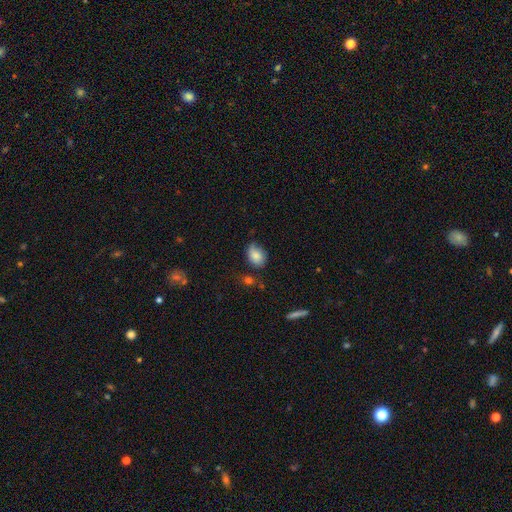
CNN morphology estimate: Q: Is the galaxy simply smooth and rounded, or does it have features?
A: smooth — 83%.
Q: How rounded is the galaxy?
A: in between — 76%.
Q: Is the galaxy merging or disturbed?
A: none — 55%.